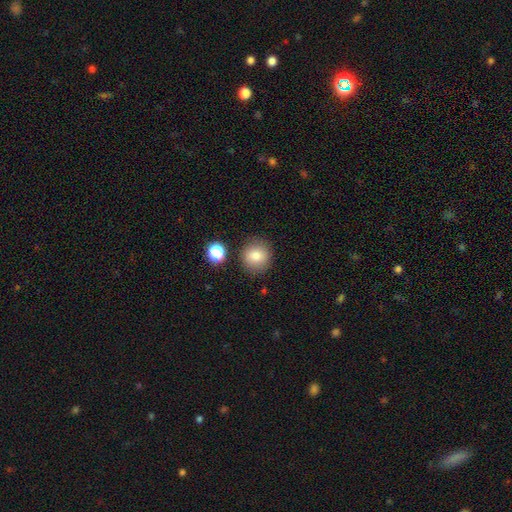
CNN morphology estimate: The model was most divided on "smooth or featured": smooth: 80%, star or artifact: 11%, featured or disk: 9%. More confident: how rounded — round (90%); merging — none (85%).